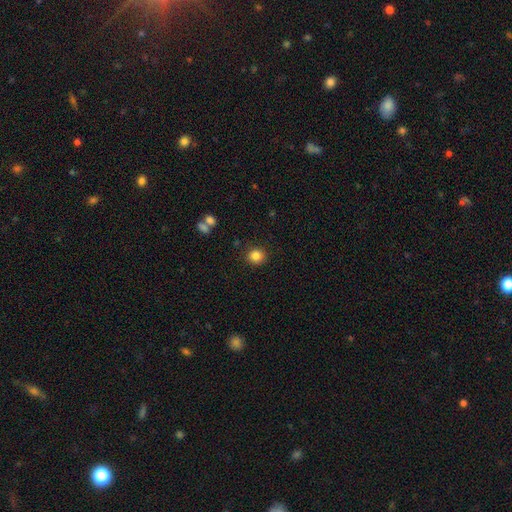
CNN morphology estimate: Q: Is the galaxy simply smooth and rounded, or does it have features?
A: smooth — 85%.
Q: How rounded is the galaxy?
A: round — 88%.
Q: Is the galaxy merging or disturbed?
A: none — 89%.